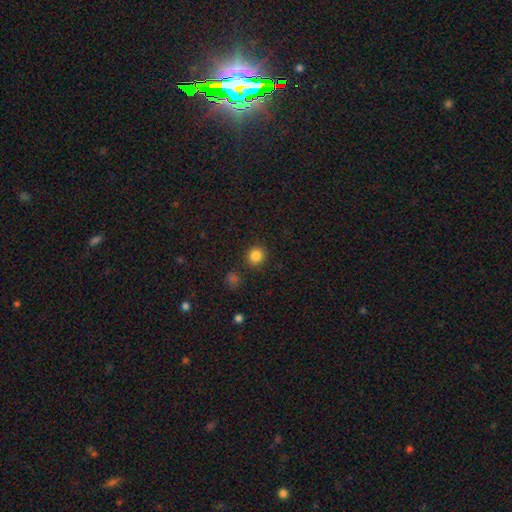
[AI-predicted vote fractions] smooth 84%, star or artifact 12%, featured or disk 4%. Down the decision tree: how rounded — round (91%); merging — none (90%).